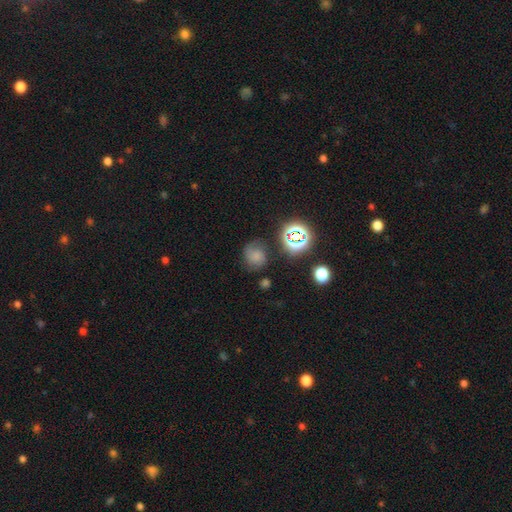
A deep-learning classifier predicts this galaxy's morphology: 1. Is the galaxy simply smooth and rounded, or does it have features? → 53% smooth, 25% featured or disk, 22% star or artifact.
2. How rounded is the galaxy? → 76% round, 23% in between, 1% cigar-shaped.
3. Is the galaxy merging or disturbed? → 63% none, 23% minor disturbance, 10% major disturbance, 4% merger.